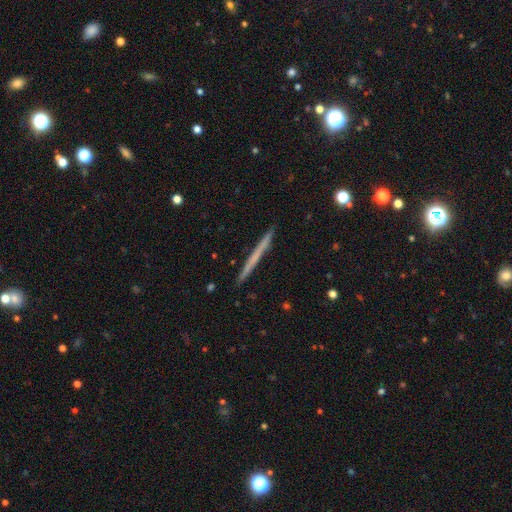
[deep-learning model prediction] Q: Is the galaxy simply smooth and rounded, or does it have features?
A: featured or disk — 48%.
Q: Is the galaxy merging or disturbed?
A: none — 93%.